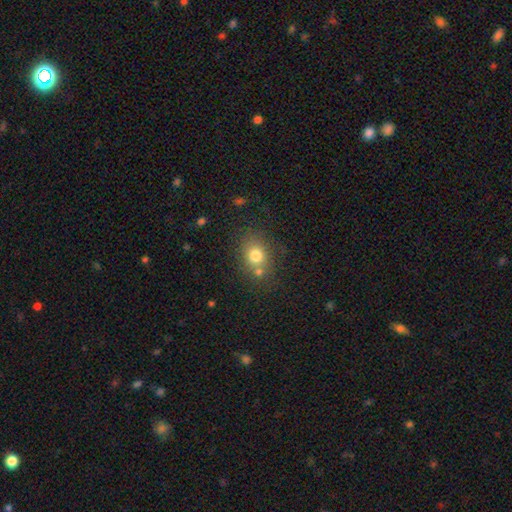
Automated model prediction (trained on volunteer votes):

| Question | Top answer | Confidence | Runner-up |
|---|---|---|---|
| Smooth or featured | smooth | 77% | star or artifact (12%) |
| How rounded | round | 57% | in between (42%) |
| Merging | none | 65% | merger (18%) |